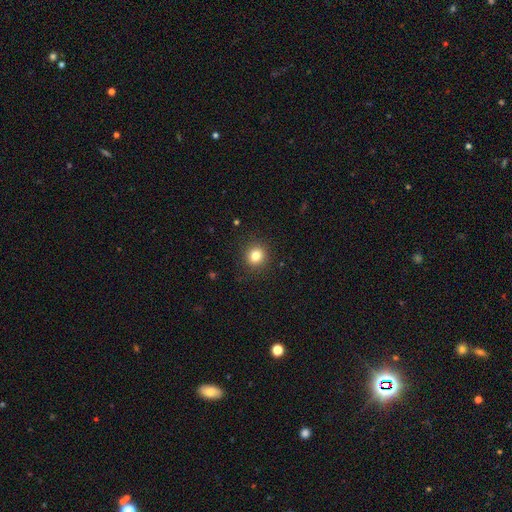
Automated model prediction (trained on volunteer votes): Overall: smooth (82%). How rounded: round (88%). Merging: none (90%).